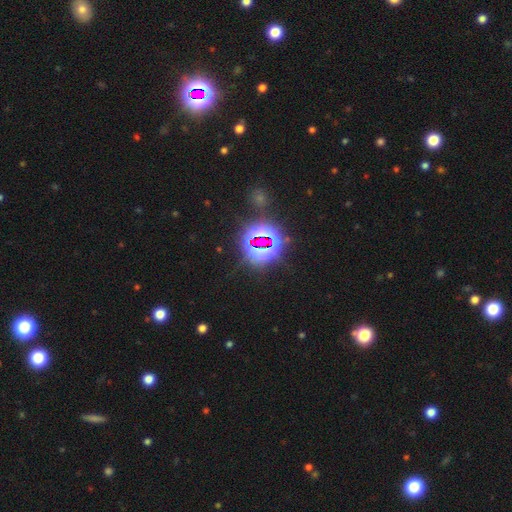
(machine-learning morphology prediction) type=star or artifact (79%).